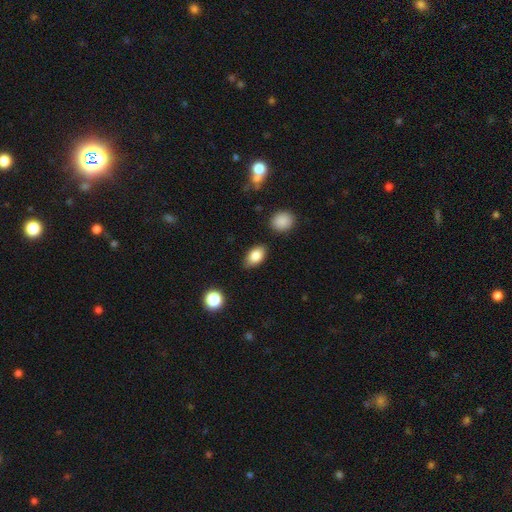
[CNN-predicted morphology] smooth-or-featured: smooth: 84% | featured or disk: 8% | star or artifact: 8%
  how-rounded: in between: 89% | round: 9% | cigar-shaped: 2%
  merging: none: 81% | minor disturbance: 13% | merger: 3% | major disturbance: 3%